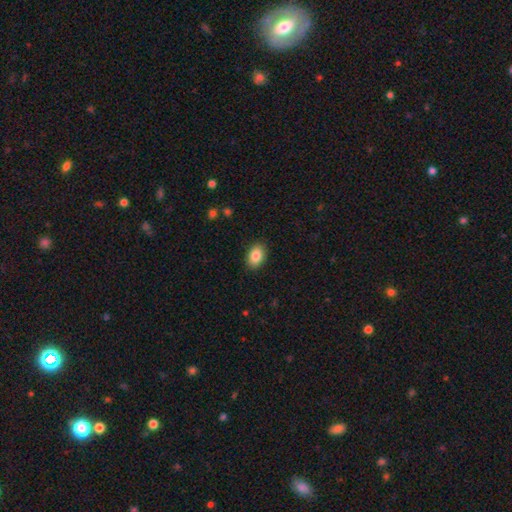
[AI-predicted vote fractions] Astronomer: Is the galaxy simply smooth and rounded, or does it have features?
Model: smooth — 87%.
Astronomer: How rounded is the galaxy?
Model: in between — 86%.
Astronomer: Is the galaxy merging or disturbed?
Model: none — 89%.